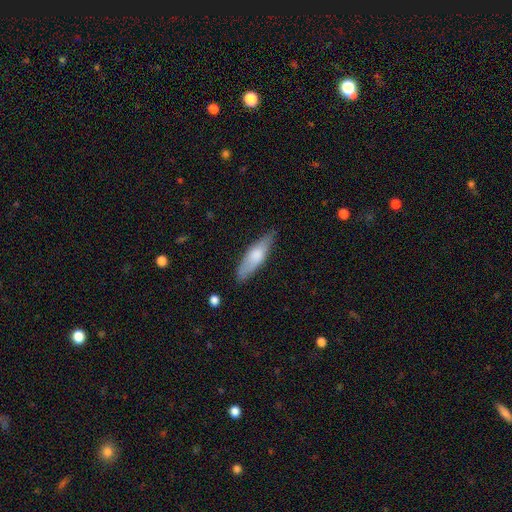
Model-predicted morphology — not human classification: Q: Smooth or featured?
A: smooth (67%); runner-up: featured or disk (28%)
Q: How rounded?
A: cigar-shaped (59%); runner-up: in between (39%)
Q: Merging?
A: none (80%); runner-up: minor disturbance (15%)